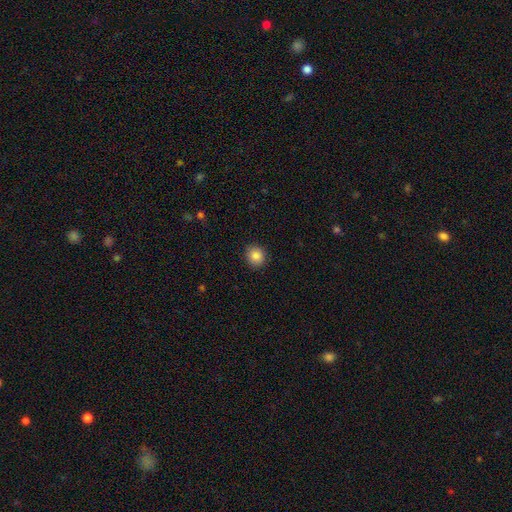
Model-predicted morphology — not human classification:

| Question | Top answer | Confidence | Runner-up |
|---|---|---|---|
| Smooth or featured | smooth | 87% | star or artifact (9%) |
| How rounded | round | 86% | in between (13%) |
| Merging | none | 91% | minor disturbance (6%) |